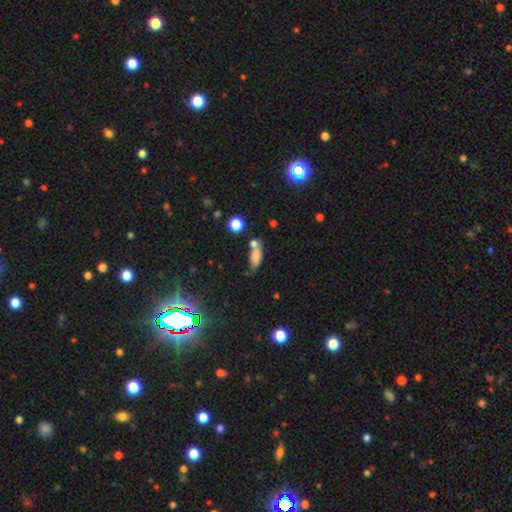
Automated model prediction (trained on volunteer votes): This is likely a smooth galaxy (76%). How rounded: likely in between (74%). Merging: marginally none (44%).